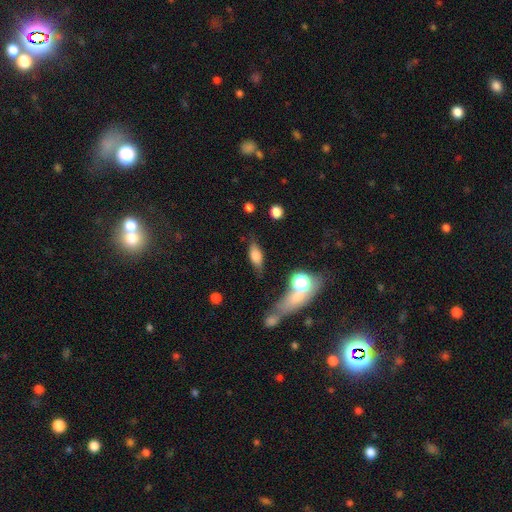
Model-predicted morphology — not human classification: Overall: smooth (67%). How rounded: in between (72%). Merging: none (72%).